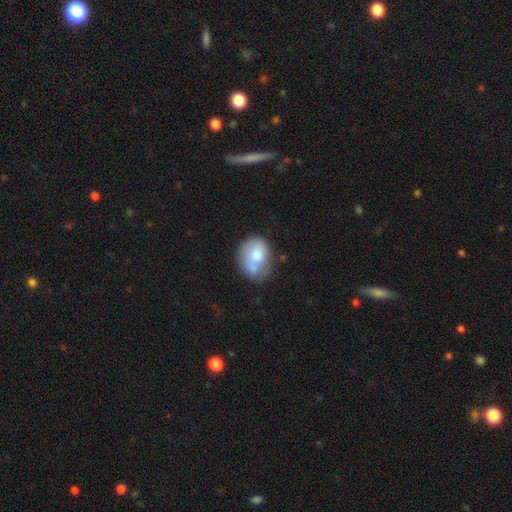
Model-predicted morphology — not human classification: type=smooth (68%); roundness=in between (55%); merging=none (35%).